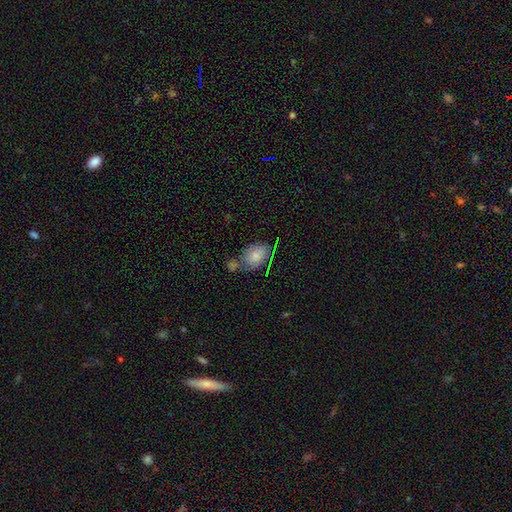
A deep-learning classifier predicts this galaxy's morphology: This appears to be a smooth galaxy with no disk features (77%) that is in between round and cigar-shaped (81%). Merging: none (55%).